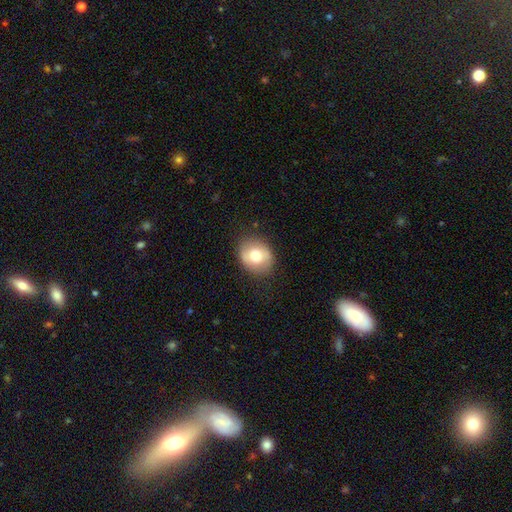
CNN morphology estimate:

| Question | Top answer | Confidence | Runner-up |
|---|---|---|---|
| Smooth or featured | smooth | 67% | featured or disk (26%) |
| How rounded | round | 57% | in between (42%) |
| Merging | none | 83% | minor disturbance (13%) |